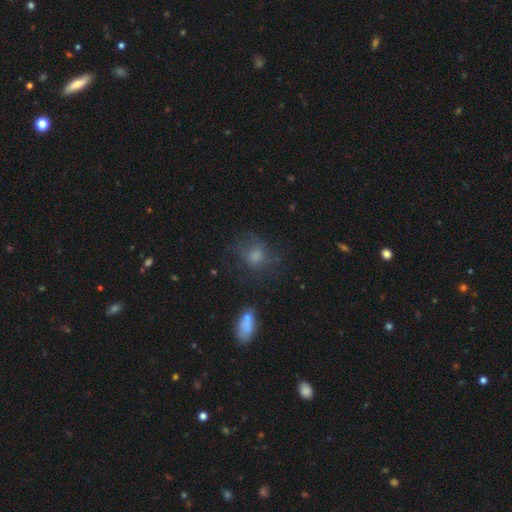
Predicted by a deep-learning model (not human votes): This appears to be a smooth galaxy with no disk features (61%) that is round (66%). Merging: none (53%).